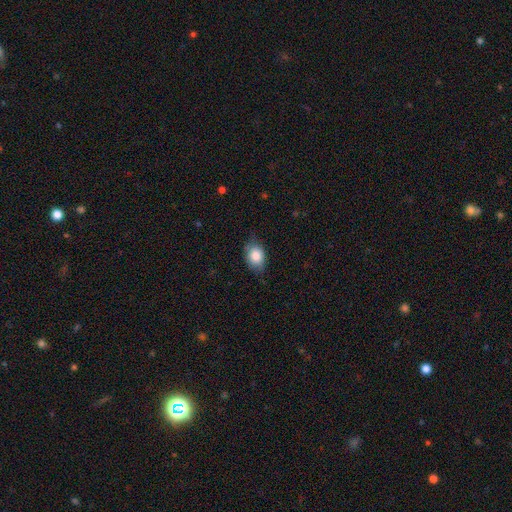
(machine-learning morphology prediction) The model was most divided on "merging": none: 73%, minor disturbance: 22%, major disturbance: 4%, merger: 1%. More confident: smooth or featured — smooth (84%); how rounded — in between (78%).